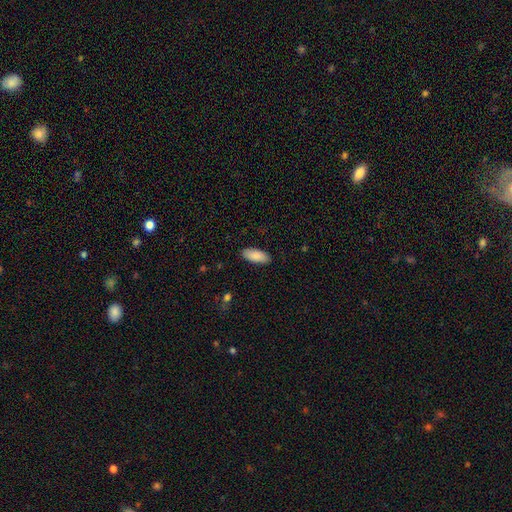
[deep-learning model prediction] smooth 89%, star or artifact 6%, featured or disk 5%. Down the decision tree: how rounded — in between (86%); merging — none (88%).